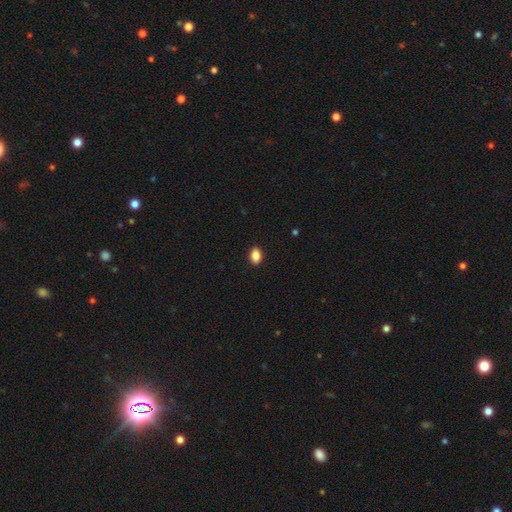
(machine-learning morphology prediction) Smooth or featured?
  - smooth: 87% *
  - star or artifact: 9%
  - featured or disk: 4%
How rounded?
  - in between: 81% *
  - round: 17%
  - cigar-shaped: 1%
Merging?
  - none: 90% *
  - minor disturbance: 7%
  - major disturbance: 2%
  - merger: 1%